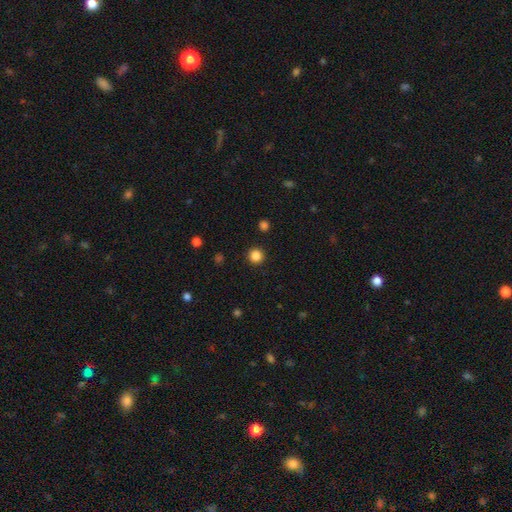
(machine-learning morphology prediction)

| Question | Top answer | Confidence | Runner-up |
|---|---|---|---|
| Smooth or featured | smooth | 85% | star or artifact (12%) |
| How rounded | round | 96% | in between (3%) |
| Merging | none | 93% | minor disturbance (4%) |